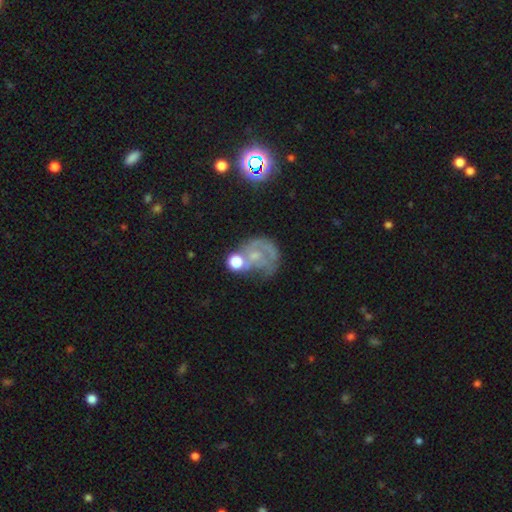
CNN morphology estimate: Overall: featured or disk (55%; smooth 27%). Edge-on disk: no (98%). Bar: no (78%). Spiral arms: yes (62%; no 38%). Bulge size: small (44%; none 28%). Merging: none (33%; major disturbance 32%).